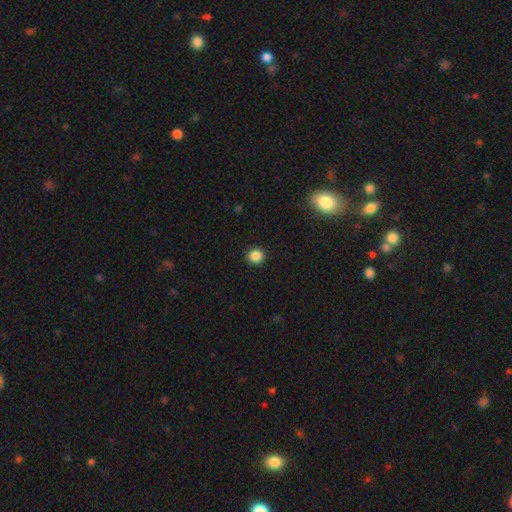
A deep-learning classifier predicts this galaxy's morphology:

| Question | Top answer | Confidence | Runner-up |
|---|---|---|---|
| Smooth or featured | smooth | 87% | star or artifact (10%) |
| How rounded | round | 88% | in between (11%) |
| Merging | none | 92% | minor disturbance (5%) |